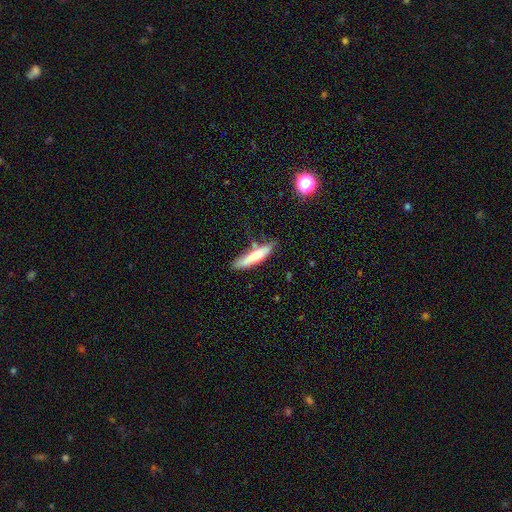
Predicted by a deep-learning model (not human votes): smooth-or-featured: smooth: 72% | featured or disk: 23% | star or artifact: 6%
  how-rounded: cigar-shaped: 82% | in between: 17% | round: 1%
  merging: none: 63% | minor disturbance: 23% | merger: 8% | major disturbance: 6%